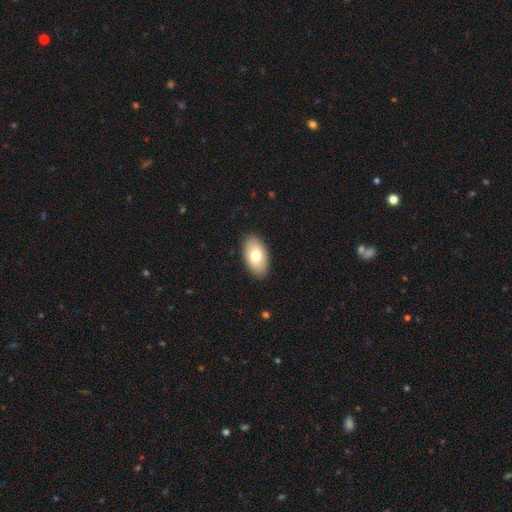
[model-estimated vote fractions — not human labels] smooth_or_featured: smooth (p=0.75) [alt: featured or disk p=0.19]
how_rounded: in between (p=0.94) [alt: round p=0.04]
merging: none (p=0.89) [alt: minor disturbance p=0.08]